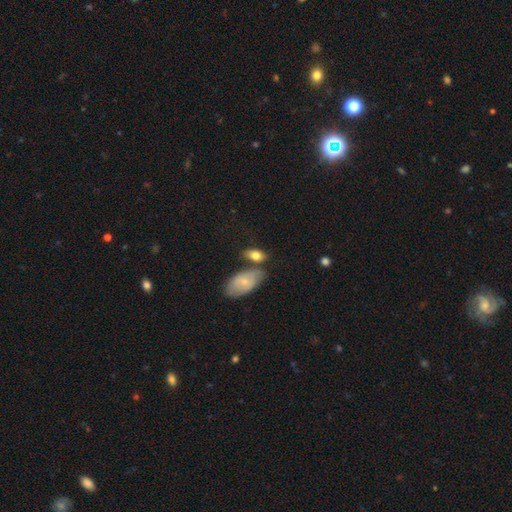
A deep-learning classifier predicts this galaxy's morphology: The model was most divided on "merging": none: 58%, merger: 19%, minor disturbance: 17%, major disturbance: 6%. More confident: how rounded — in between (83%); smooth or featured — smooth (71%).